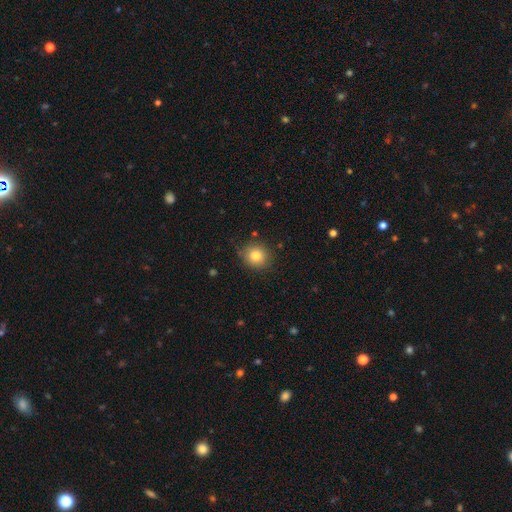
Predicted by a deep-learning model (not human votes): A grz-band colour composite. It shows a smooth galaxy with no disk features (82%) that is round (85%). Merging: none (85%).